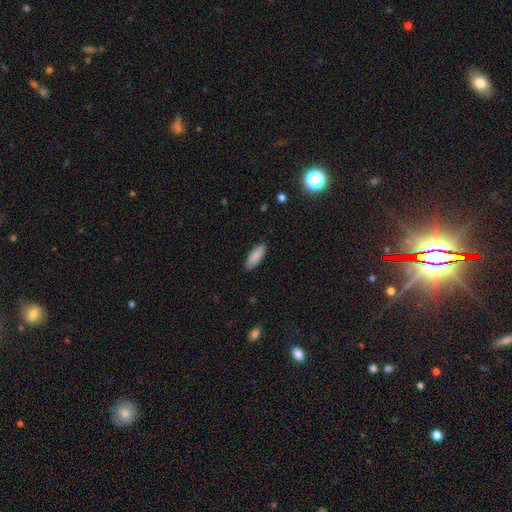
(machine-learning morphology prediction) smooth-or-featured: smooth: 88% | star or artifact: 6% | featured or disk: 6%
  how-rounded: in between: 70% | cigar-shaped: 29% | round: 2%
  merging: none: 86% | minor disturbance: 11% | major disturbance: 2% | merger: 1%